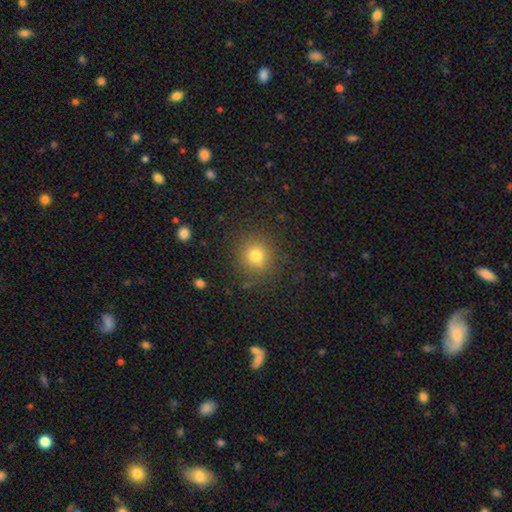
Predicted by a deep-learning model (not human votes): Smooth or featured? Predicted: smooth (p=0.77). How rounded? Predicted: round (p=0.90). Merging? Predicted: none (p=0.85).